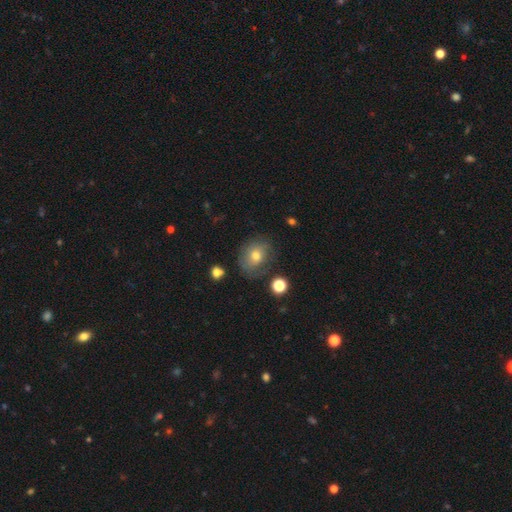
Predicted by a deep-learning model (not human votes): Overall: smooth (63%; featured or disk 25%). How rounded: round (61%; in between 38%). Merging: none (64%).